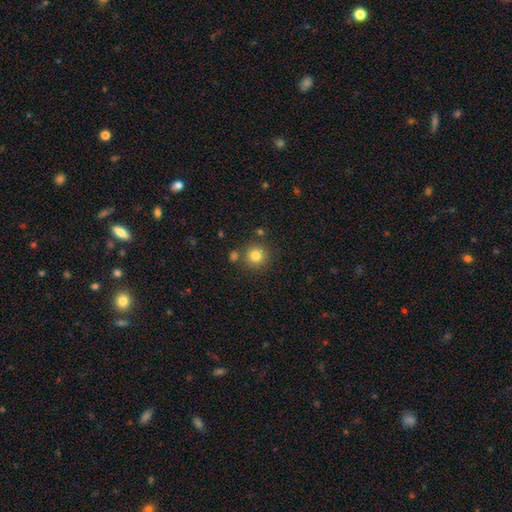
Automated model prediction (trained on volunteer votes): The model was most divided on "smooth or featured": smooth: 81%, star or artifact: 12%, featured or disk: 7%. More confident: how rounded — round (93%); merging — none (80%).